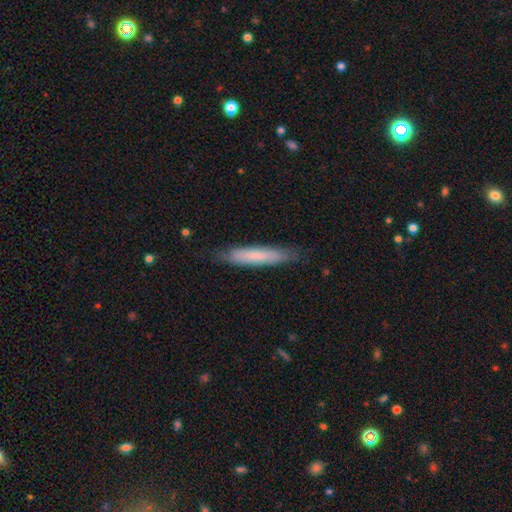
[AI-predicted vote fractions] A smooth galaxy with no disk features (70%) that is cigar-shaped (90%).

Vote fractions:
- Smooth or featured? smooth: 70% / featured or disk: 25% / star or artifact: 6%
- How rounded? cigar-shaped: 90% / in between: 9% / round: 1%
- Merging? none: 81% / minor disturbance: 15% / major disturbance: 3% / merger: 1%